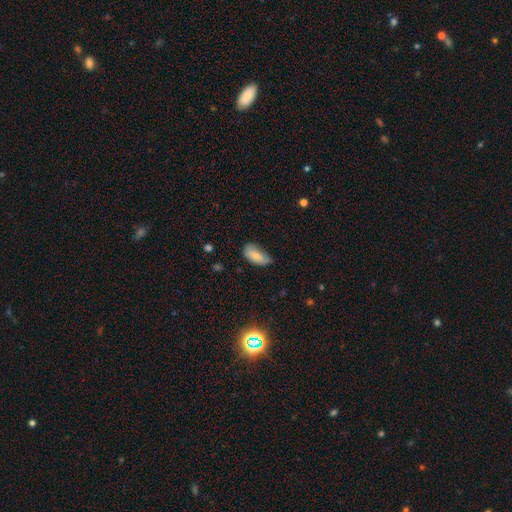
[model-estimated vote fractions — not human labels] Overall: smooth (77%). How rounded: in between (93%). Merging: none (45%; minor disturbance 42%).